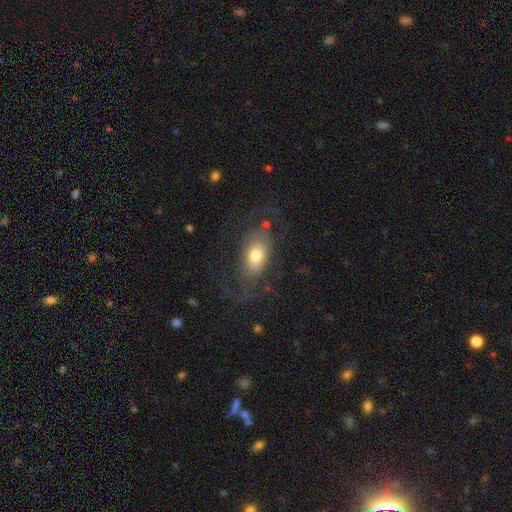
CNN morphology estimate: featured or disk 53%, smooth 39%, star or artifact 8%. Down the decision tree: edge-on disk — no (90%); merging — none (57%).